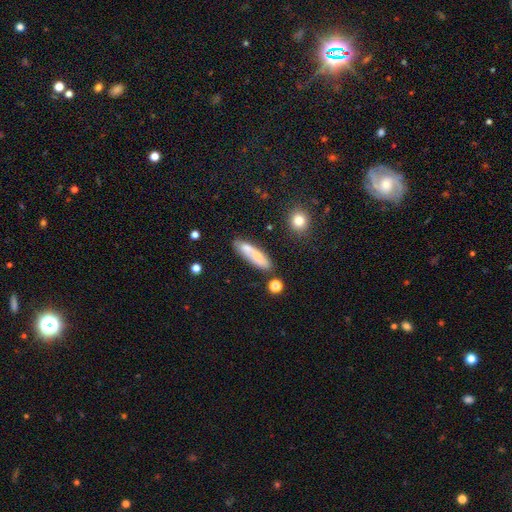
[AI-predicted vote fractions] A smooth galaxy with no disk features (63%) that is cigar-shaped (64%).

Vote fractions:
- Smooth or featured? smooth: 63% / featured or disk: 29% / star or artifact: 8%
- How rounded? cigar-shaped: 64% / in between: 34% / round: 3%
- Merging? none: 66% / minor disturbance: 17% / merger: 12% / major disturbance: 5%